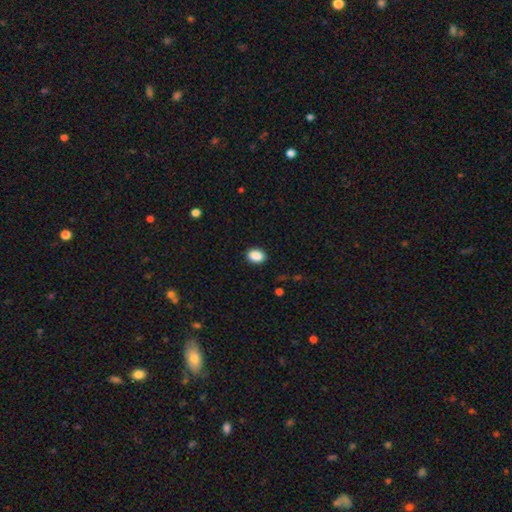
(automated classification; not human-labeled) Morphology: type=smooth (89%); roundness=in between (73%); merging=none (89%).